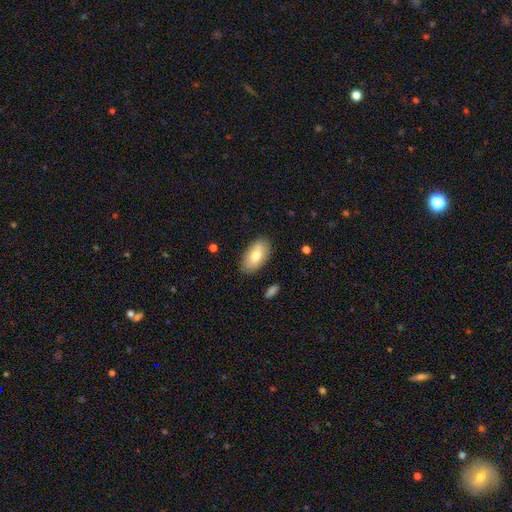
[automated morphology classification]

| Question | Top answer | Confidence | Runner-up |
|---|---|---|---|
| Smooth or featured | smooth | 72% | featured or disk (21%) |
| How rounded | in between | 94% | round (4%) |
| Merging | none | 83% | minor disturbance (13%) |